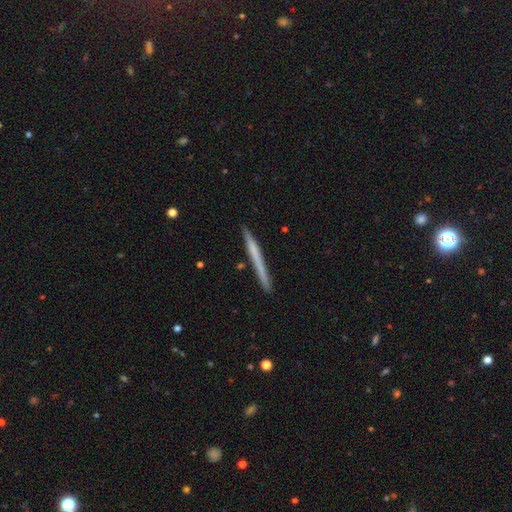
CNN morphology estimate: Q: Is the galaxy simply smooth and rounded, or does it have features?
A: smooth — 52%.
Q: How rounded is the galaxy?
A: cigar-shaped — 97%.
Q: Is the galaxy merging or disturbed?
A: none — 89%.